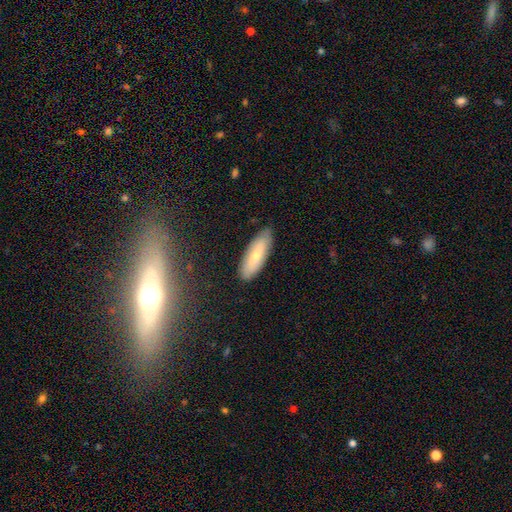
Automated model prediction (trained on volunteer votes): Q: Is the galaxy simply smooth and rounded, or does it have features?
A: smooth — 65%.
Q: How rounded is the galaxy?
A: in between — 62%.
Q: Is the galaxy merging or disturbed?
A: none — 85%.